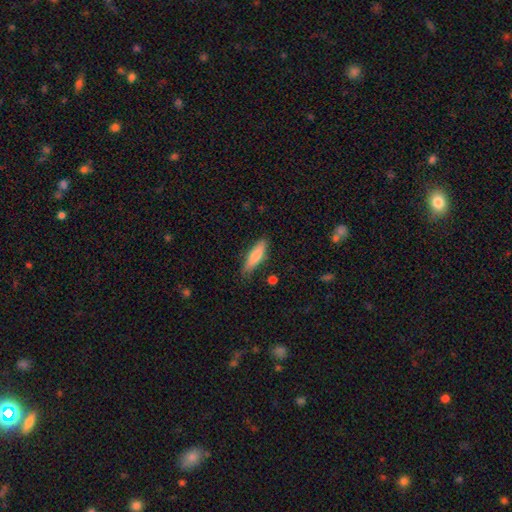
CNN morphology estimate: A smooth galaxy with no disk features (78%) that is cigar-shaped (60%).

Vote fractions:
- Smooth or featured? smooth: 78% / featured or disk: 16% / star or artifact: 6%
- How rounded? cigar-shaped: 60% / in between: 38% / round: 2%
- Merging? none: 78% / minor disturbance: 17% / major disturbance: 3% / merger: 2%